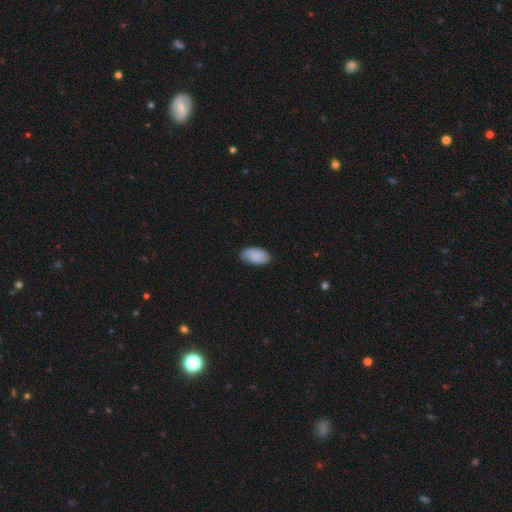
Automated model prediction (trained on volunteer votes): Smooth or featured: smooth — 88% (star or artifact — 6%)
How rounded: in between — 95% (round — 3%)
Merging: none — 83% (minor disturbance — 14%)